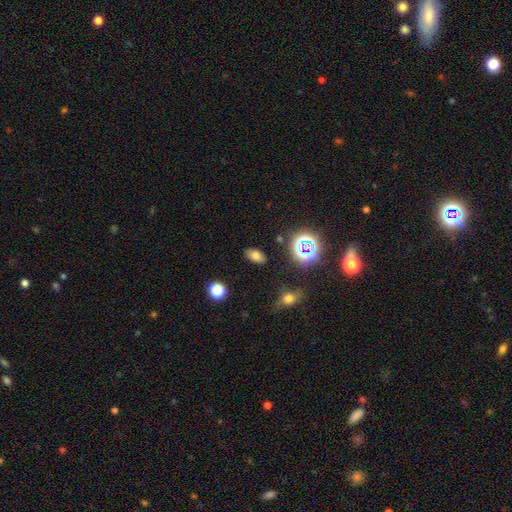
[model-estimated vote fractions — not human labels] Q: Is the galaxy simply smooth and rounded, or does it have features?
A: smooth — 71%.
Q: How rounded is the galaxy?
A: in between — 89%.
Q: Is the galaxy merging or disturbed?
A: none — 87%.